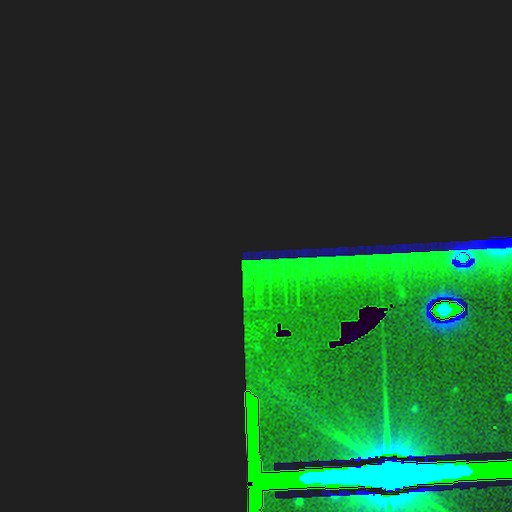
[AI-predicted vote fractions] star or artifact 88%, featured or disk 7%, smooth 6%.